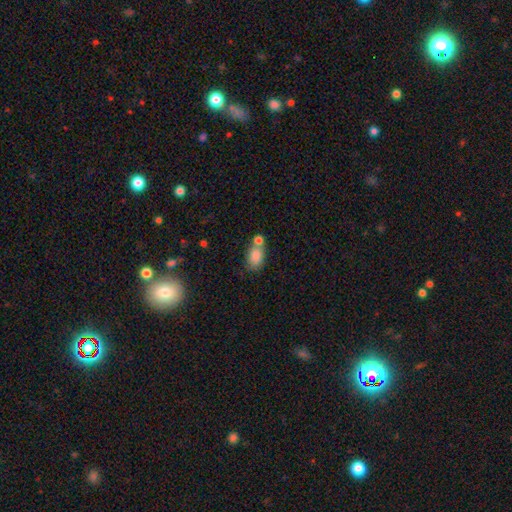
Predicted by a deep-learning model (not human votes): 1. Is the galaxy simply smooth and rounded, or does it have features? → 83% smooth, 9% star or artifact, 8% featured or disk.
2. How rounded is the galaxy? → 80% in between, 18% round, 2% cigar-shaped.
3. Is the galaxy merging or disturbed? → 44% none, 38% merger, 13% minor disturbance, 5% major disturbance.